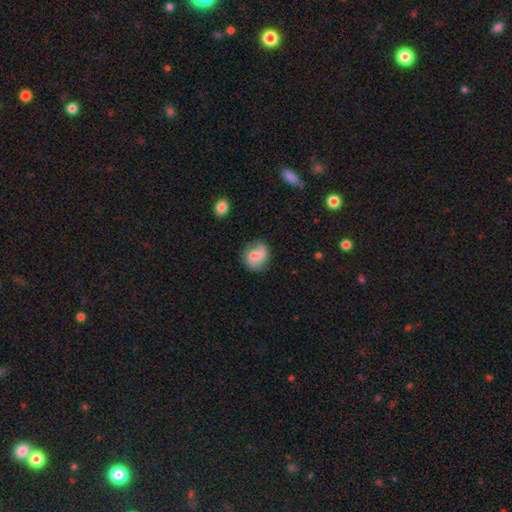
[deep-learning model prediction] Overall: featured or disk (56%; smooth 37%). Edge-on disk: no (98%). Bar: weak (51%; no 33%). Spiral arms: yes (87%). Bulge size: moderate (37%; small 34%). Merging: none (69%).